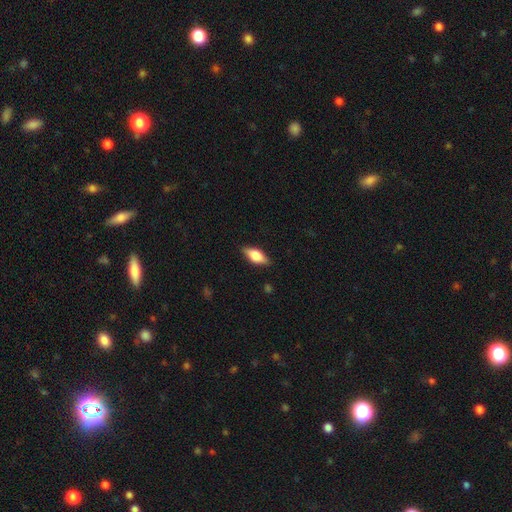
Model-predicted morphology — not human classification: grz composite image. It shows a smooth galaxy with no disk features (64%) that is in between round and cigar-shaped (79%). Merging: none (85%).